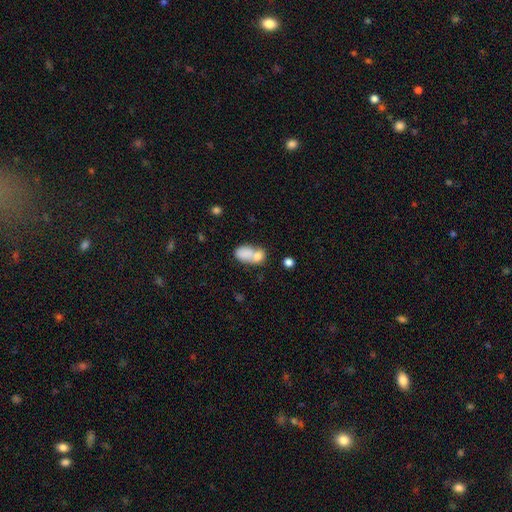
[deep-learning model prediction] Smooth or featured? smooth (76%)
How rounded? in between (77%)
Merging? merger (60%)